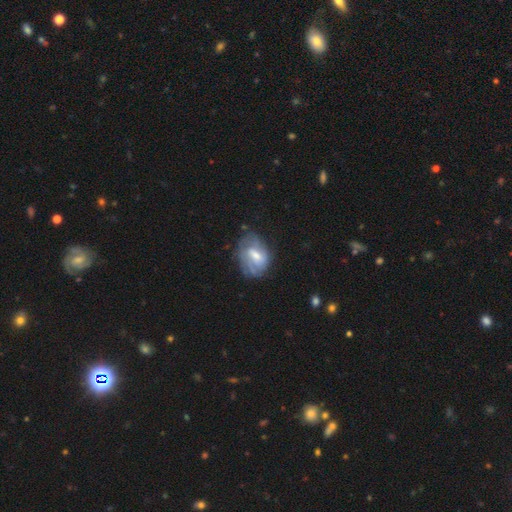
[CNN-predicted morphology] This appears to be a featured or disk galaxy (58%) with a weak bar (53%), spiral arms (70%) and a moderate central bulge (52%). Merging: none (56%).